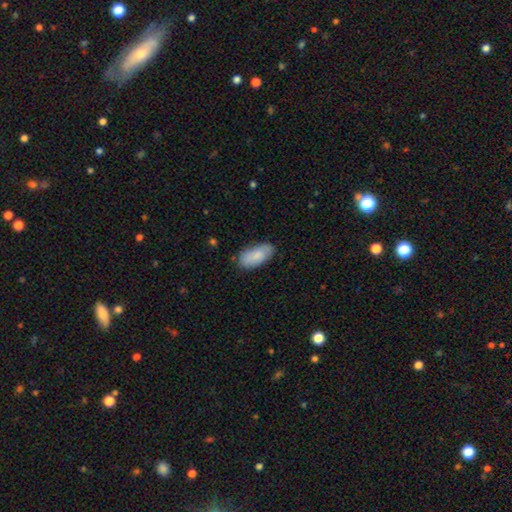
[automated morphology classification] Smooth or featured?
  - smooth: 83% *
  - featured or disk: 11%
  - star or artifact: 6%
How rounded?
  - in between: 93% *
  - cigar-shaped: 5%
  - round: 2%
Merging?
  - none: 77% *
  - minor disturbance: 18%
  - major disturbance: 3%
  - merger: 2%